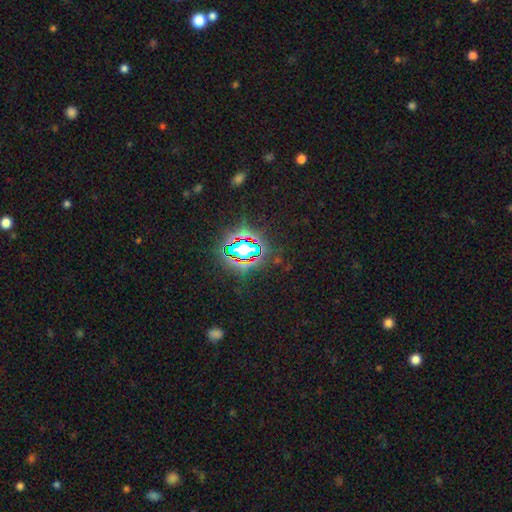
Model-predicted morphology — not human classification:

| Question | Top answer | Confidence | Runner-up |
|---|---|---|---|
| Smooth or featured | star or artifact | 84% | smooth (9%) |